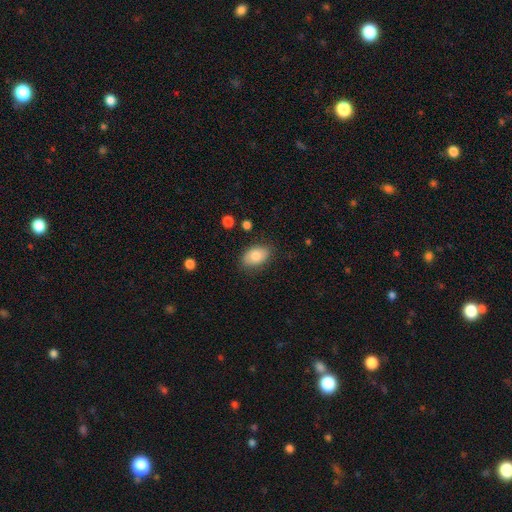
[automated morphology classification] smooth-or-featured: smooth: 79% | featured or disk: 13% | star or artifact: 7%
  how-rounded: in between: 90% | round: 9% | cigar-shaped: 1%
  merging: none: 80% | minor disturbance: 15% | major disturbance: 3% | merger: 2%